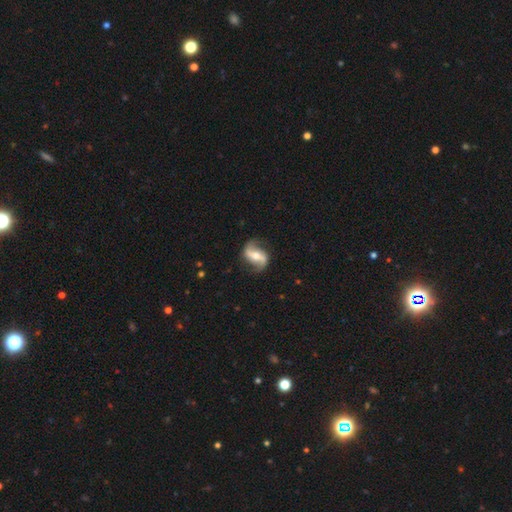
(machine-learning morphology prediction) featured or disk 86%, smooth 9%, star or artifact 5%. Down the decision tree: edge-on disk — no (96%); bar — strong (42%); spiral arms — yes (95%); spiral arm count — 2 (93%); spiral winding — loose (65%); bulge size — moderate (61%); merging — none (81%).